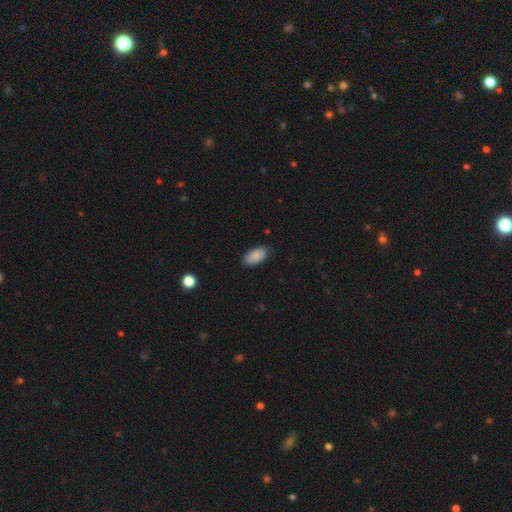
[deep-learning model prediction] smooth_or_featured: smooth (p=0.89) [alt: star or artifact p=0.07]
how_rounded: in between (p=0.94) [alt: cigar-shaped p=0.03]
merging: none (p=0.85) [alt: minor disturbance p=0.12]